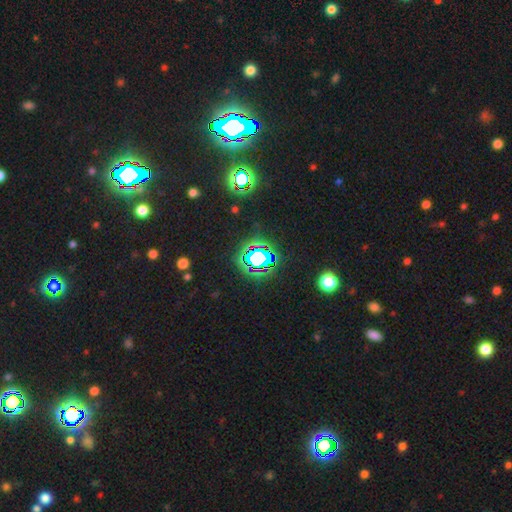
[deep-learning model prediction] Smooth or featured: star or artifact — 71% (smooth — 18%)